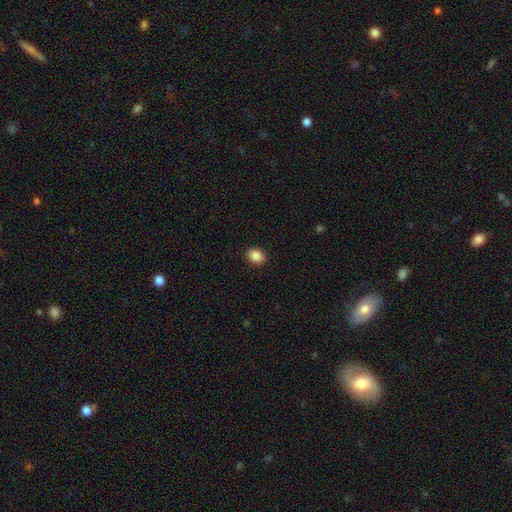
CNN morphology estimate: This is clearly a smooth galaxy (87%). How rounded: possibly round (56%). Merging: clearly none (90%).